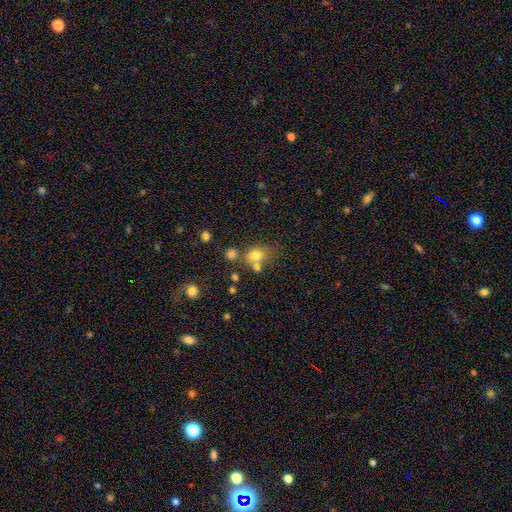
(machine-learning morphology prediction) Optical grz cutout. It shows a smooth galaxy with no disk features (75%) that is round (55%). Merging: none (49%).